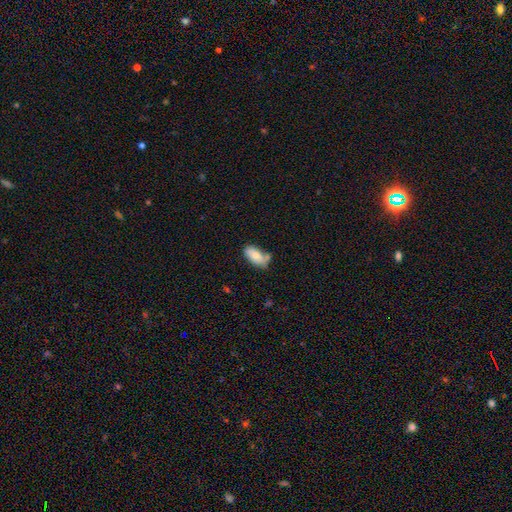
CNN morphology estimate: The model was most divided on "merging": none: 50%, minor disturbance: 27%, merger: 16%, major disturbance: 7%. More confident: how rounded — in between (91%); smooth or featured — smooth (75%).